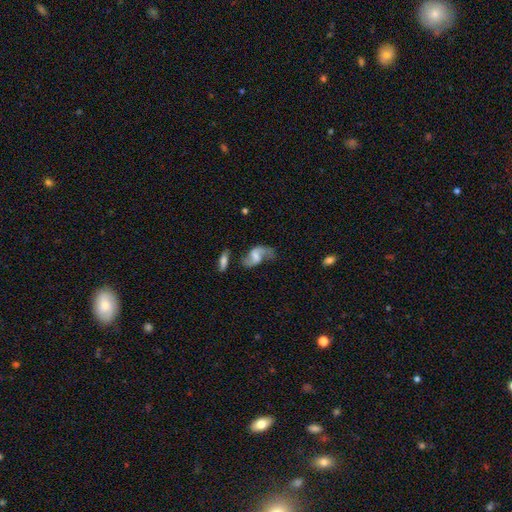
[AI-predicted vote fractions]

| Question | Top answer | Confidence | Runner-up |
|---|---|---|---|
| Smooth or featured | featured or disk | 77% | smooth (16%) |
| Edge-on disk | no | 96% | yes (4%) |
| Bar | weak | 52% | no (29%) |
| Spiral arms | yes | 92% | no (8%) |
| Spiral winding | loose | 68% | medium (26%) |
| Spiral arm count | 2 | 88% | 1 (6%) |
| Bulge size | moderate | 34% | small (31%) |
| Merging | none | 57% | minor disturbance (20%) |